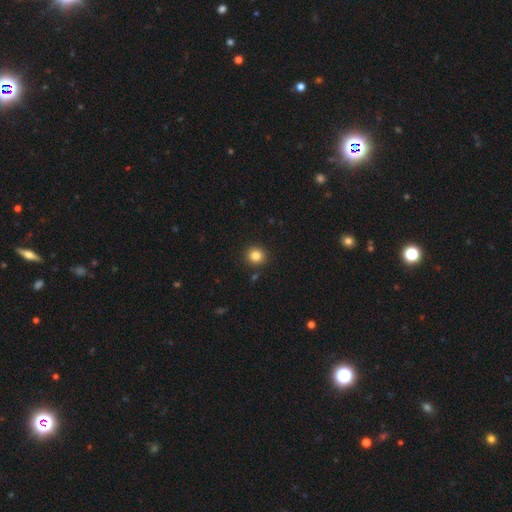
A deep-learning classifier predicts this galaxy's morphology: This appears to be a smooth galaxy with no disk features (84%) that is round (89%). Merging: none (91%).